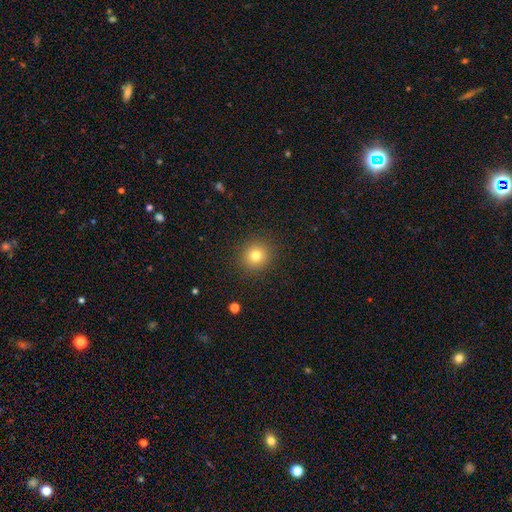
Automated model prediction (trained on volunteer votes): smooth-or-featured: smooth: 79% | star or artifact: 13% | featured or disk: 8%
  how-rounded: round: 91% | in between: 8% | cigar-shaped: 1%
  merging: none: 90% | minor disturbance: 6% | major disturbance: 2% | merger: 1%